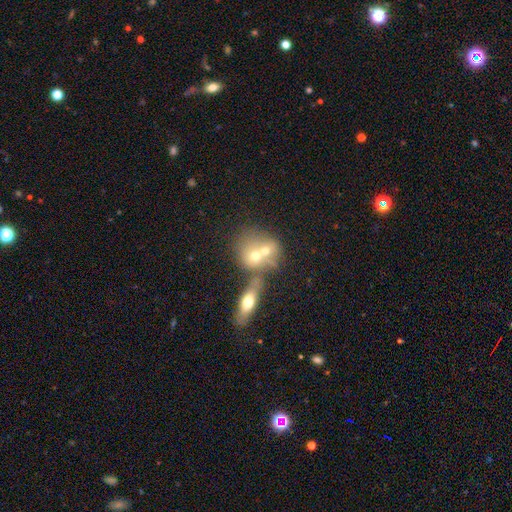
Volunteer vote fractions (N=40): Volunteers were most divided on "how rounded": round: 63%, in between: 33%, cigar-shaped: 4%. More confident: merging — merger (75%); smooth or featured — smooth (68%).